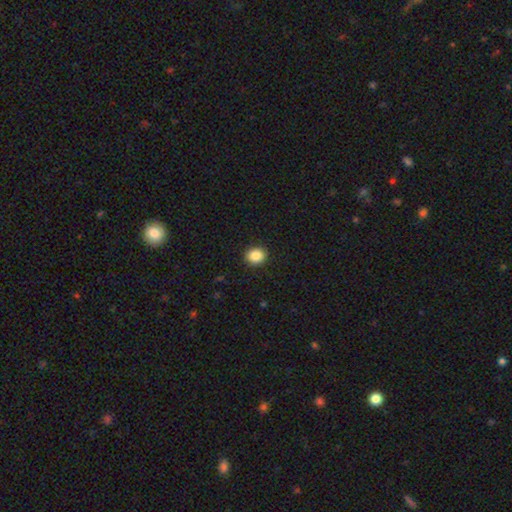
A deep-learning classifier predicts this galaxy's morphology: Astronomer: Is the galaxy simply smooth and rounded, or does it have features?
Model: smooth — 87%.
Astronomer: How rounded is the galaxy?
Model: round — 71%.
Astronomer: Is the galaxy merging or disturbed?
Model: none — 91%.